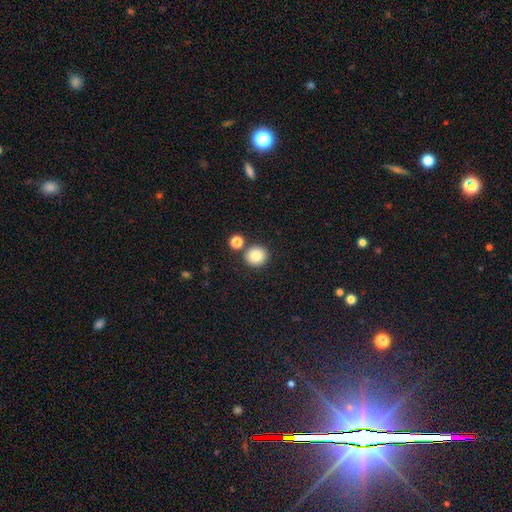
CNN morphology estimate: This appears to be a smooth galaxy with no disk features (84%) that is round (90%). Merging: none (80%).